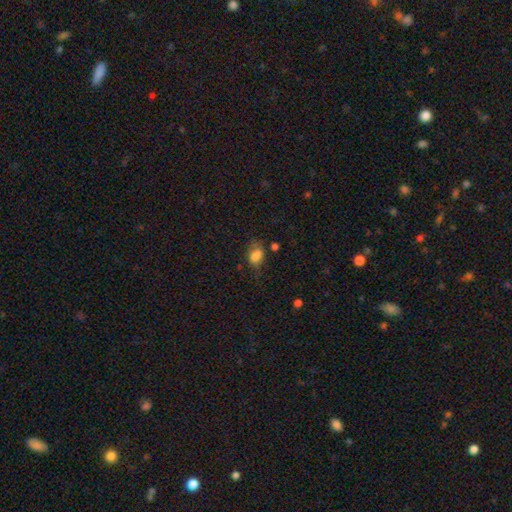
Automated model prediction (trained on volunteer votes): Smooth or featured: smooth — 74% (featured or disk — 14%)
How rounded: in between — 82% (round — 15%)
Merging: none — 45% (minor disturbance — 30%)